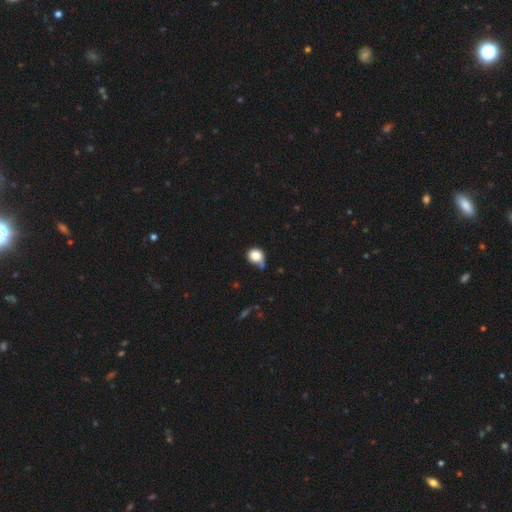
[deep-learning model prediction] This is likely a smooth galaxy (79%). How rounded: likely round (77%). Merging: marginally none (38%).